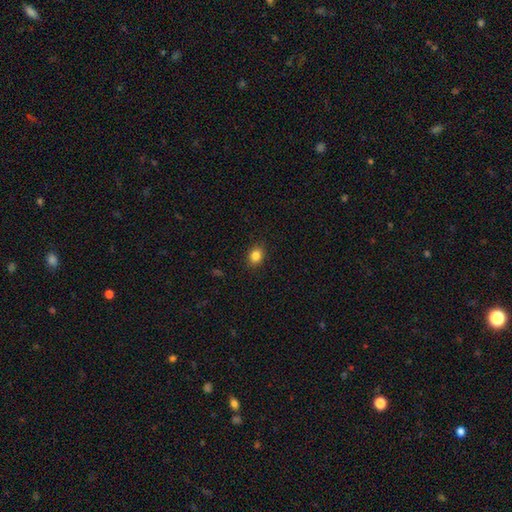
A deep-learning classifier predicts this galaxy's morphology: A smooth galaxy with no disk features (85%) that is round (51%).

Vote fractions:
- Smooth or featured? smooth: 85% / star or artifact: 10% / featured or disk: 5%
- How rounded? round: 51% / in between: 48% / cigar-shaped: 1%
- Merging? none: 89% / minor disturbance: 8% / major disturbance: 2% / merger: 1%